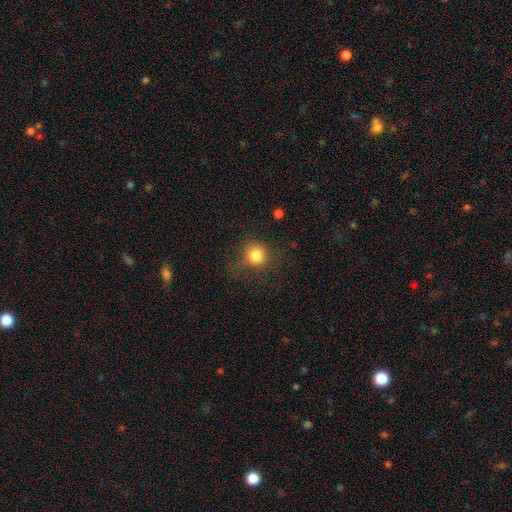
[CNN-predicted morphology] smooth-or-featured: smooth: 81% | star or artifact: 12% | featured or disk: 6%
  how-rounded: round: 91% | in between: 9% | cigar-shaped: 1%
  merging: none: 76% | minor disturbance: 15% | major disturbance: 8% | merger: 2%